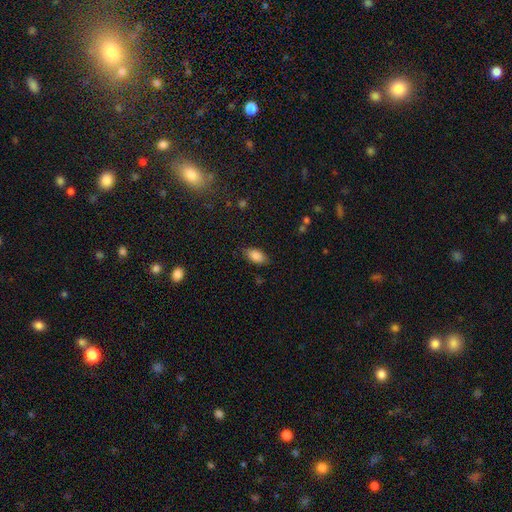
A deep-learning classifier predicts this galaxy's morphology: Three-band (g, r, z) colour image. It shows a smooth galaxy with no disk features (86%) that is in between round and cigar-shaped (92%). Merging: none (83%).